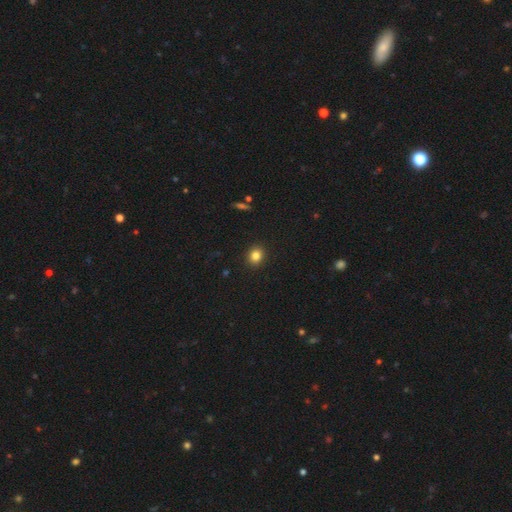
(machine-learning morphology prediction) smooth-or-featured: smooth: 83% | star or artifact: 11% | featured or disk: 6%
  how-rounded: round: 72% | in between: 27% | cigar-shaped: 1%
  merging: none: 91% | minor disturbance: 6% | major disturbance: 2% | merger: 1%